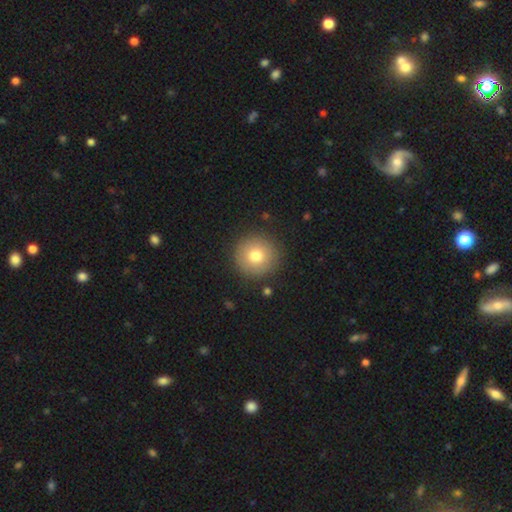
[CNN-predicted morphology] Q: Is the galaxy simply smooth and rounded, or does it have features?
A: smooth — 76%.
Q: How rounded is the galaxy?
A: round — 96%.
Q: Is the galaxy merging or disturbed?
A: none — 89%.